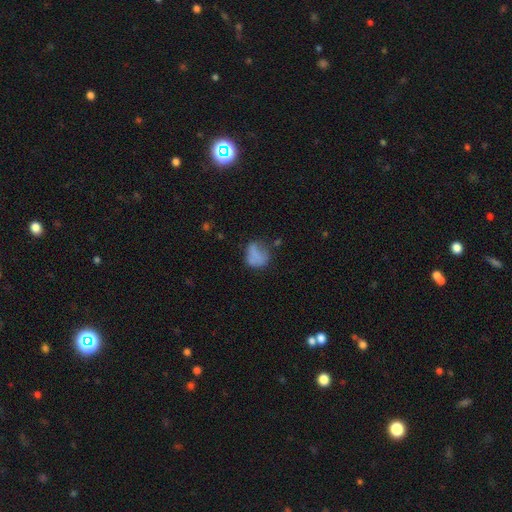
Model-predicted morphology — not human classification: This is likely a smooth galaxy (68%). How rounded: possibly round (58%). Merging: marginally none (41%).